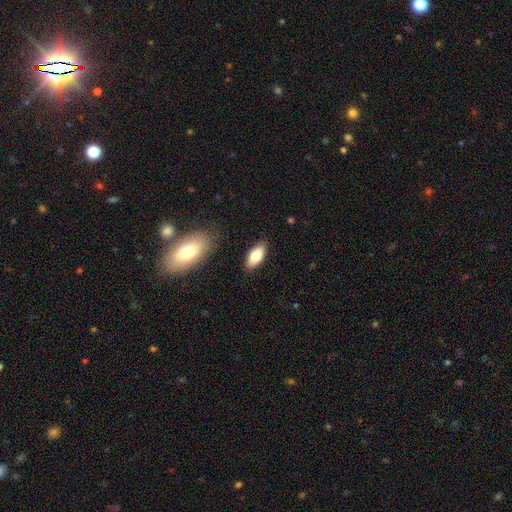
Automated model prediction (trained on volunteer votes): smooth_or_featured: smooth (p=0.78) [alt: featured or disk p=0.15]
how_rounded: in between (p=0.84) [alt: cigar-shaped p=0.14]
merging: none (p=0.87) [alt: minor disturbance p=0.09]